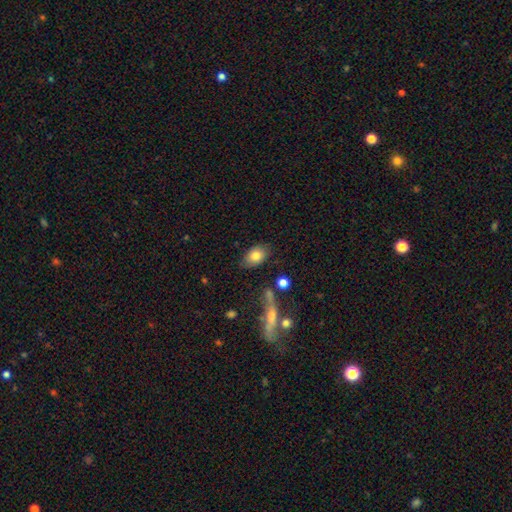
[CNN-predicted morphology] Smooth or featured? Predicted: smooth (p=0.79). How rounded? Predicted: in between (p=0.85). Merging? Predicted: none (p=0.77).